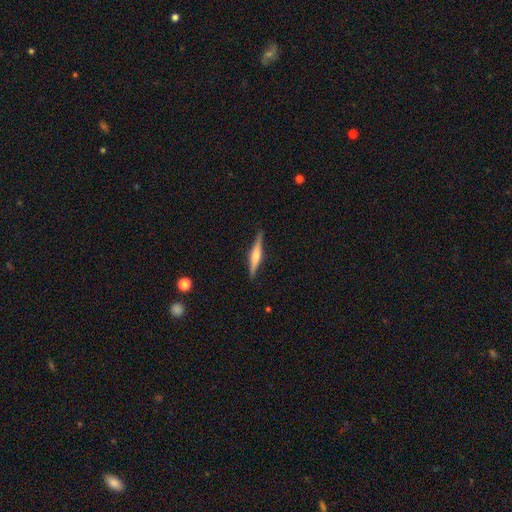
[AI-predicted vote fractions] The model was most divided on "smooth or featured": featured or disk: 67%, smooth: 27%, star or artifact: 6%. More confident: edge-on disk — yes (98%); merging — none (89%); edge-on bulge — rounded (78%).